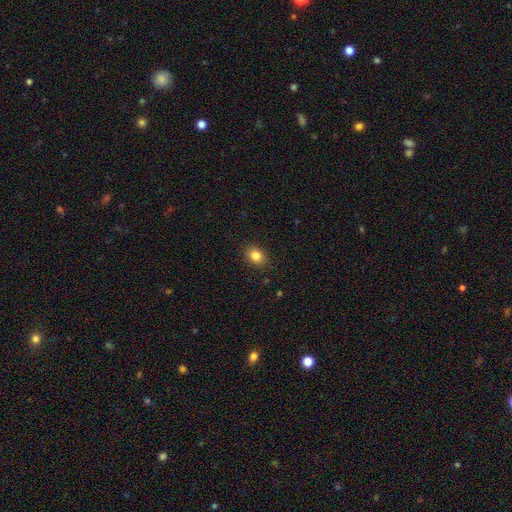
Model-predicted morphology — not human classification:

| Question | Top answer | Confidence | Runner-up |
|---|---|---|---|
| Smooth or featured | smooth | 84% | star or artifact (10%) |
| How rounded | in between | 51% | round (48%) |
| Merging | none | 88% | minor disturbance (8%) |